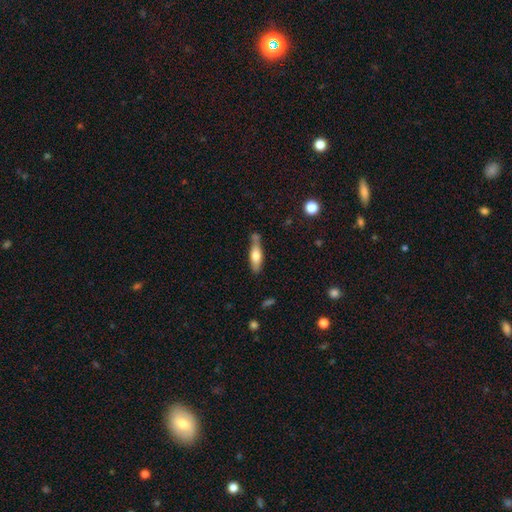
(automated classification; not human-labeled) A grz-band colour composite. It shows a smooth galaxy with no disk features (61%) that is cigar-shaped (59%). Merging: none (59%).